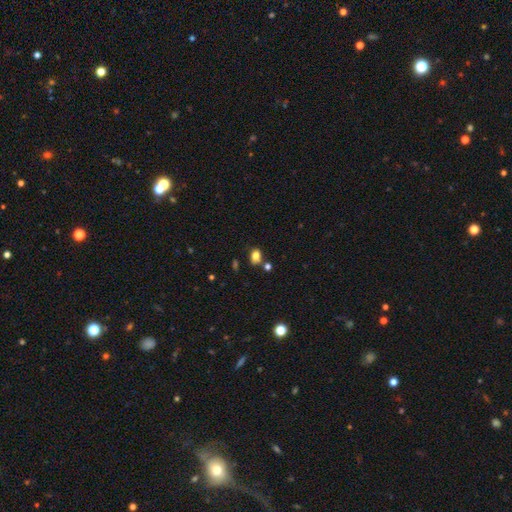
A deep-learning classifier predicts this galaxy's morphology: Smooth or featured: smooth — 79% (star or artifact — 12%)
How rounded: in between — 73% (round — 26%)
Merging: none — 69% (minor disturbance — 15%)